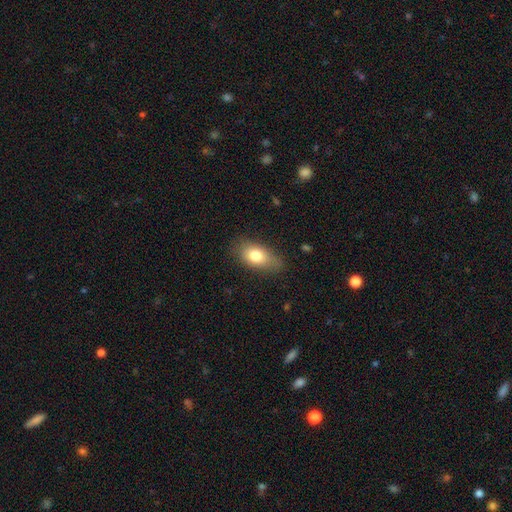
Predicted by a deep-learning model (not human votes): smooth 77%, featured or disk 15%, star or artifact 8%. Down the decision tree: how rounded — in between (86%); merging — none (72%).